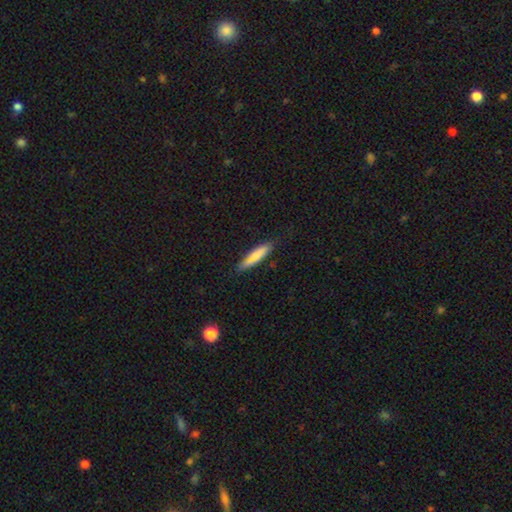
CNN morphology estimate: Overall: smooth (76%). How rounded: cigar-shaped (80%). Merging: none (81%).